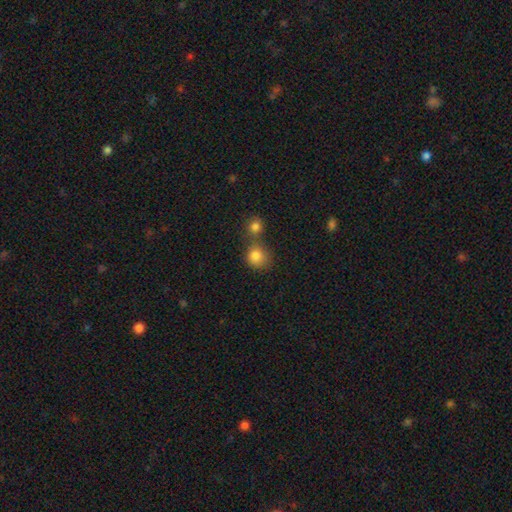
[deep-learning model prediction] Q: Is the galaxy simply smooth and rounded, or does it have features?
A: smooth — 82%.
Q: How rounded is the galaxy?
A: round — 84%.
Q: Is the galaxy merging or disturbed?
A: none — 49%.